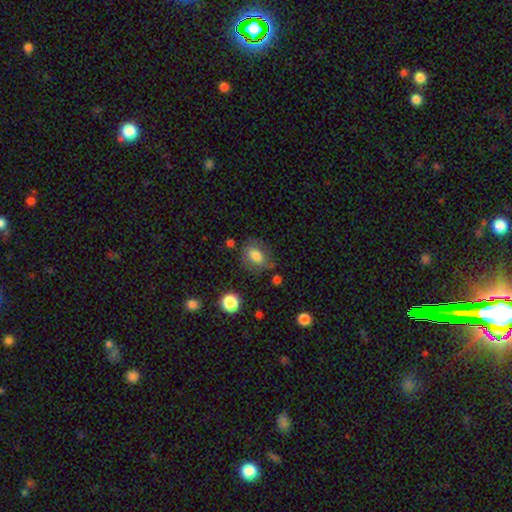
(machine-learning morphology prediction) type=smooth (75%); roundness=in between (63%); merging=none (64%).